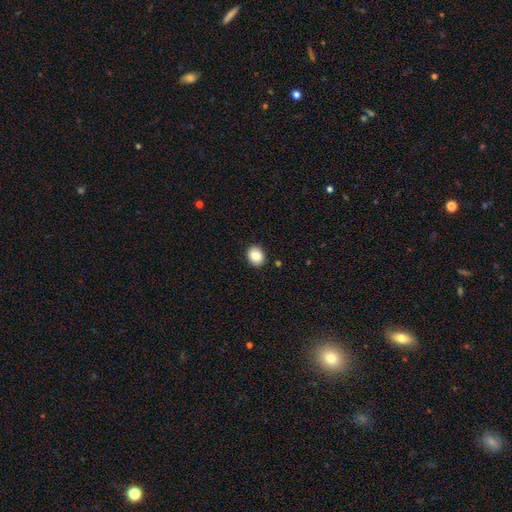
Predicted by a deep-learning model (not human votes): Overall: smooth (84%). How rounded: round (56%; in between 43%). Merging: none (90%).